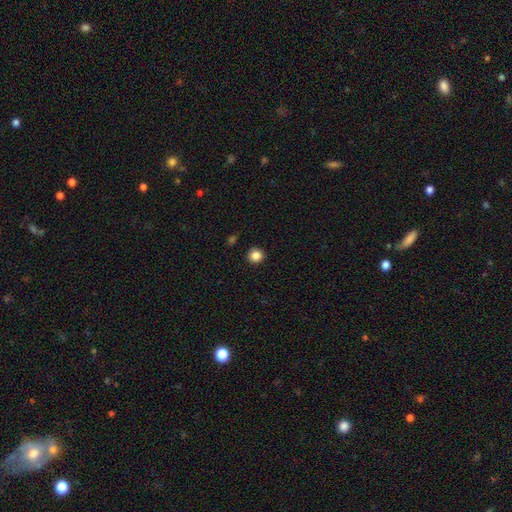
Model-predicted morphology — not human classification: This is clearly a smooth galaxy (85%). How rounded: clearly round (92%). Merging: clearly none (92%).